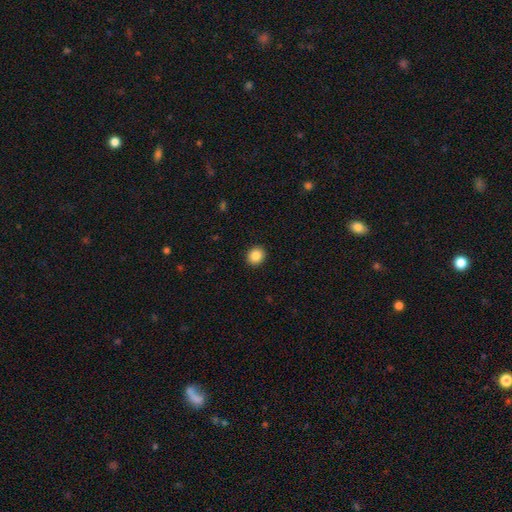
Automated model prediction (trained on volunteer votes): Smooth or featured: smooth — 87% (star or artifact — 9%)
How rounded: round — 84% (in between — 15%)
Merging: none — 92% (minor disturbance — 5%)